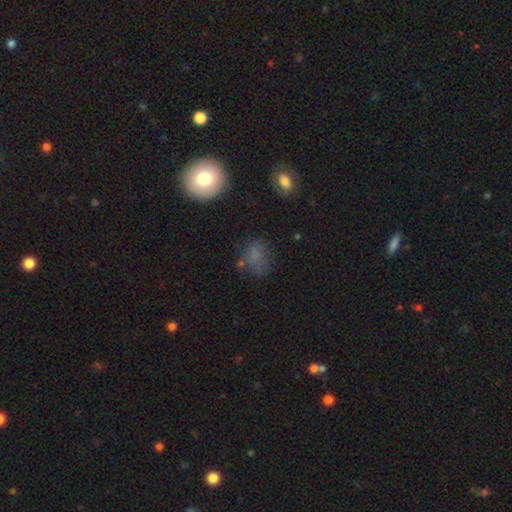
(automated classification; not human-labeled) Smooth or featured? smooth (71%)
How rounded? round (50%)
Merging? none (59%)